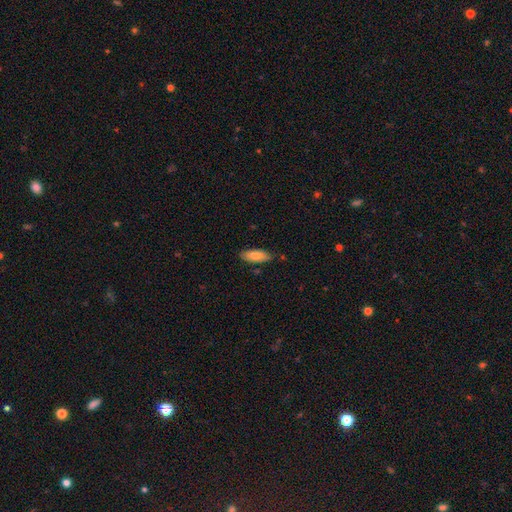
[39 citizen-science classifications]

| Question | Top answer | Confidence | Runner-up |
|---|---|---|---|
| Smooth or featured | smooth | 92% | featured or disk (8%) |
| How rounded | in between | 86% | cigar-shaped (11%) |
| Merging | none | 87% | minor disturbance (13%) |